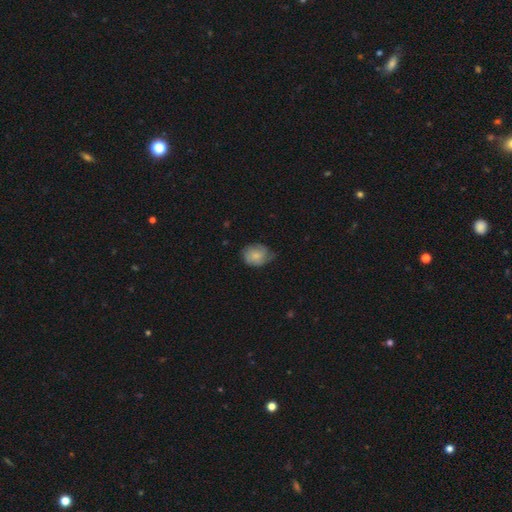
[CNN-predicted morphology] A smooth galaxy with no disk features (62%) that is in between round and cigar-shaped (53%). Merging: none (51%).